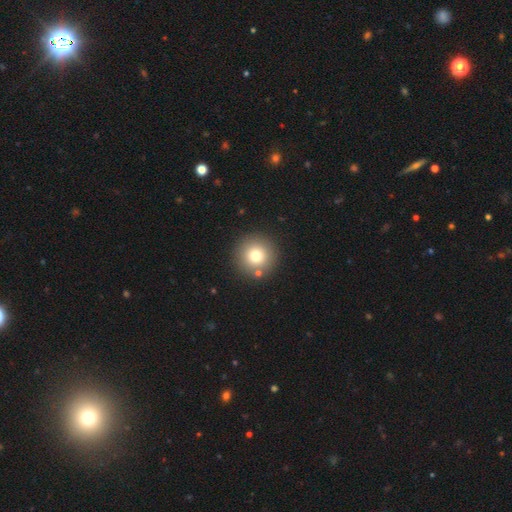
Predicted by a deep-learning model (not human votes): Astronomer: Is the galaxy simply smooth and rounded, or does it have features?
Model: smooth — 76%.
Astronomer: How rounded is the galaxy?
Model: round — 96%.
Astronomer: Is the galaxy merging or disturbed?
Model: none — 87%.